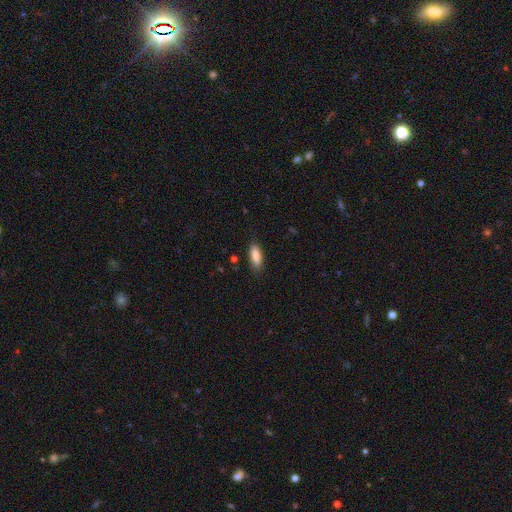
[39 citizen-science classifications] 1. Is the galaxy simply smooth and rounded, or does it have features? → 79% smooth, 10% featured or disk, 10% star or artifact.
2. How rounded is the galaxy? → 74% in between, 26% cigar-shaped, 0% round.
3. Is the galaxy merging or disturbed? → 86% none, 11% minor disturbance, 3% merger, 0% major disturbance.